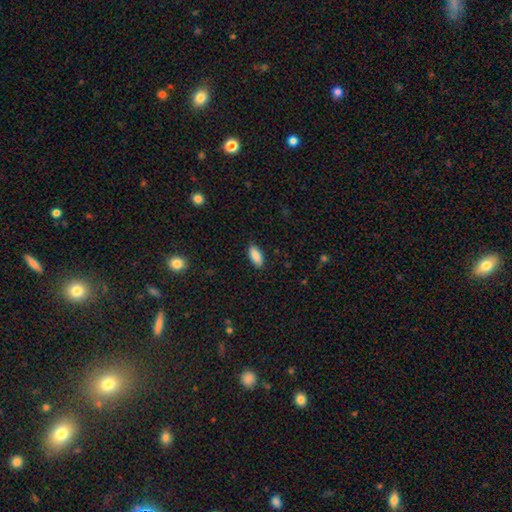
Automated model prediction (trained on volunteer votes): smooth 89%, star or artifact 7%, featured or disk 4%. Down the decision tree: how rounded — in between (87%); merging — none (87%).